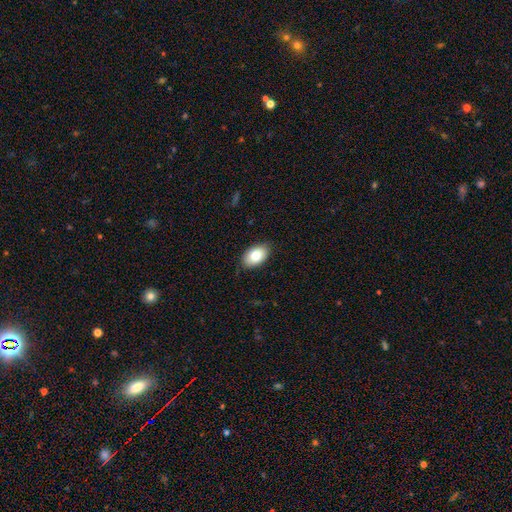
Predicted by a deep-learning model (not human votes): Q: Smooth or featured?
A: smooth (81%); runner-up: featured or disk (12%)
Q: How rounded?
A: in between (91%); runner-up: round (8%)
Q: Merging?
A: none (85%); runner-up: minor disturbance (12%)